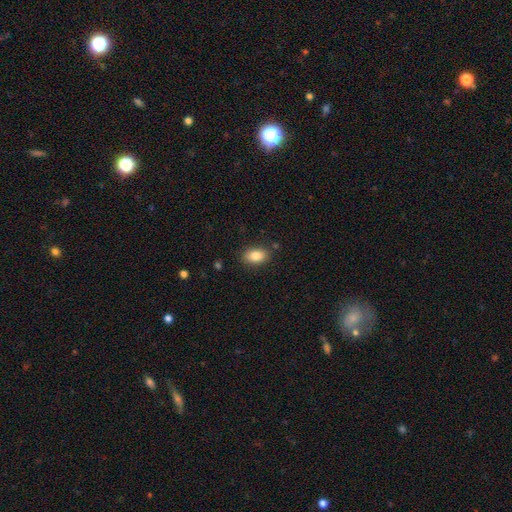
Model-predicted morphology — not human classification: Smooth or featured? Predicted: smooth (p=0.84). How rounded? Predicted: in between (p=0.87). Merging? Predicted: none (p=0.85).